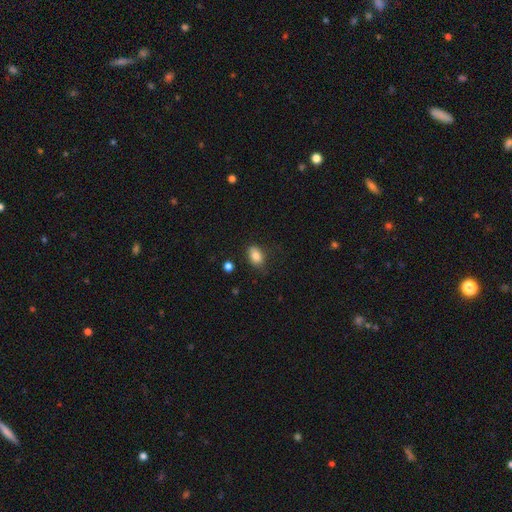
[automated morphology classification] smooth_or_featured: smooth (p=0.84) [alt: star or artifact p=0.09]
how_rounded: in between (p=0.83) [alt: round p=0.15]
merging: none (p=0.76) [alt: minor disturbance p=0.18]